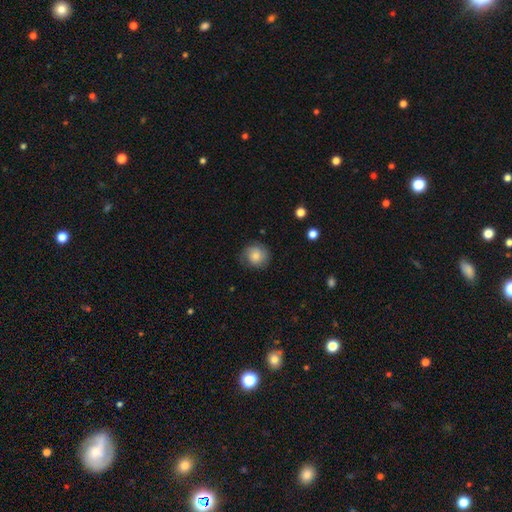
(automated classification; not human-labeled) This appears to be a smooth galaxy with no disk features (70%) that is round (87%). Merging: none (76%).